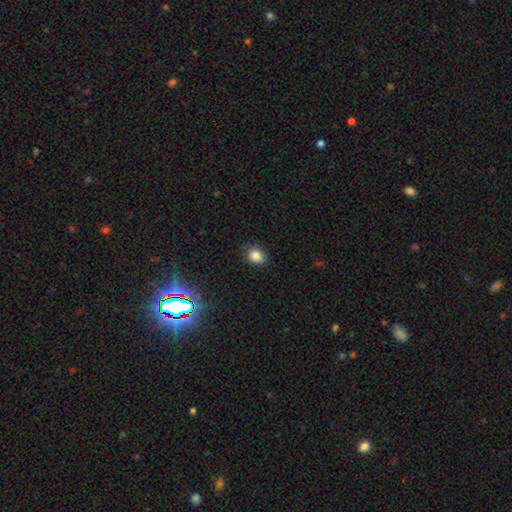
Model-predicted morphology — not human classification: Overall: smooth (84%). How rounded: in between (50%; round 49%). Merging: none (85%).